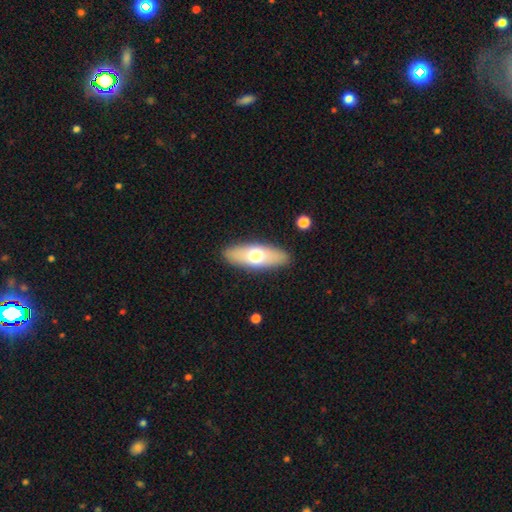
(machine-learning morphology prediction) The model was most divided on "smooth or featured": smooth: 60%, featured or disk: 34%, star or artifact: 6%. More confident: merging — none (89%); how rounded — in between (67%).